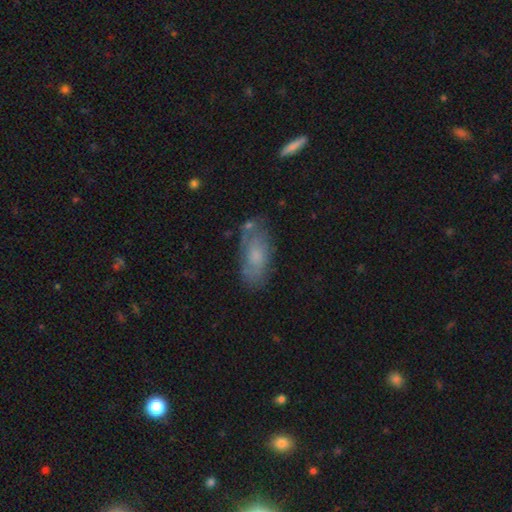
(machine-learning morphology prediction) Q: Smooth or featured?
A: smooth (52%); runner-up: featured or disk (40%)
Q: How rounded?
A: in between (86%); runner-up: cigar-shaped (11%)
Q: Merging?
A: none (63%); runner-up: minor disturbance (23%)